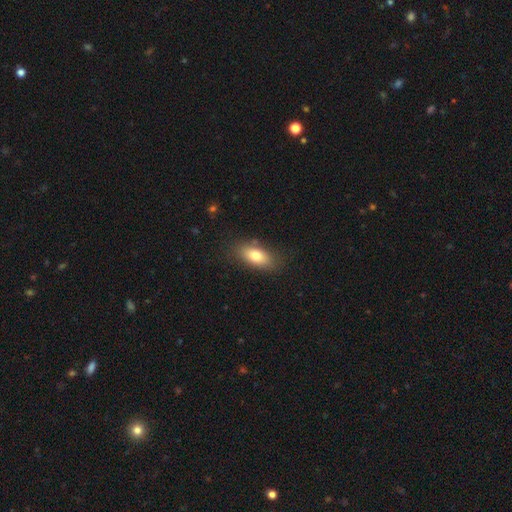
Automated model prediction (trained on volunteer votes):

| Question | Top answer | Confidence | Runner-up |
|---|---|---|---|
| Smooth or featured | smooth | 77% | featured or disk (15%) |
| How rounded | in between | 85% | cigar-shaped (9%) |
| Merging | none | 81% | minor disturbance (13%) |